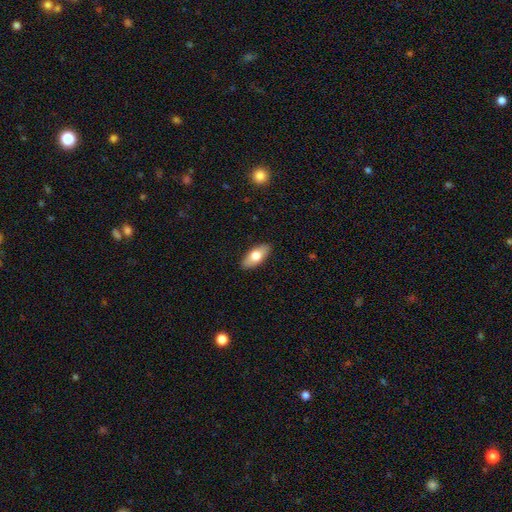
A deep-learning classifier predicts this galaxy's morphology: This is likely a smooth galaxy (71%). How rounded: clearly in between (86%). Merging: clearly none (89%).